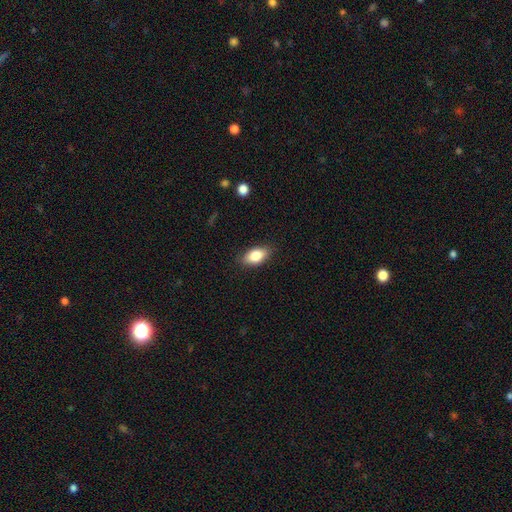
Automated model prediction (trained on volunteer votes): A smooth galaxy with no disk features (83%) that is in between round and cigar-shaped (89%).

Vote fractions:
- Smooth or featured? smooth: 83% / featured or disk: 9% / star or artifact: 7%
- How rounded? in between: 89% / round: 7% / cigar-shaped: 4%
- Merging? none: 85% / minor disturbance: 12% / major disturbance: 2% / merger: 1%